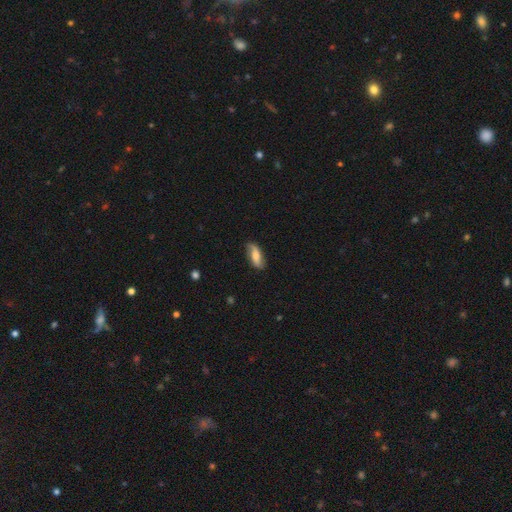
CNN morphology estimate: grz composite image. It shows a smooth galaxy with no disk features (52%) that is in between round and cigar-shaped (75%). Merging: none (78%).